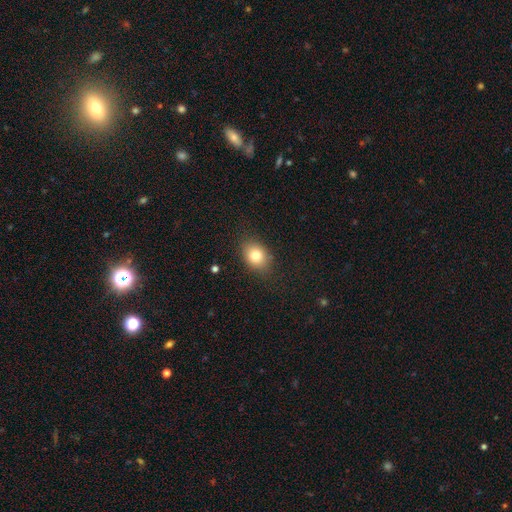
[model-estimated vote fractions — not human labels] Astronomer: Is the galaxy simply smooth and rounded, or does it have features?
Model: smooth — 79%.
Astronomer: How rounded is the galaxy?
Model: in between — 61% (runner-up: round, 37%).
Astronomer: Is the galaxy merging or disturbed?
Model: none — 84%.